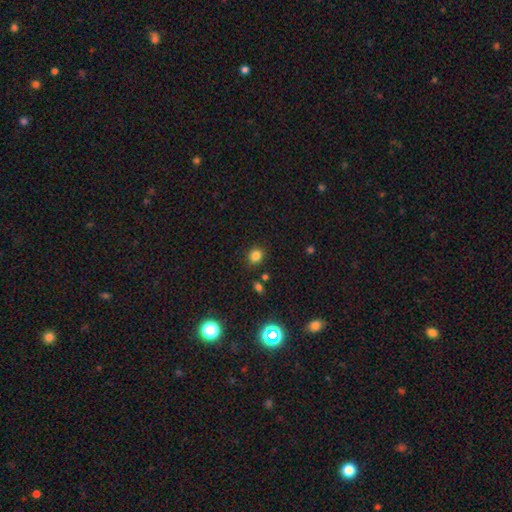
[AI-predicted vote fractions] This appears to be a smooth galaxy with no disk features (80%) that is round (78%). Merging: none (87%).